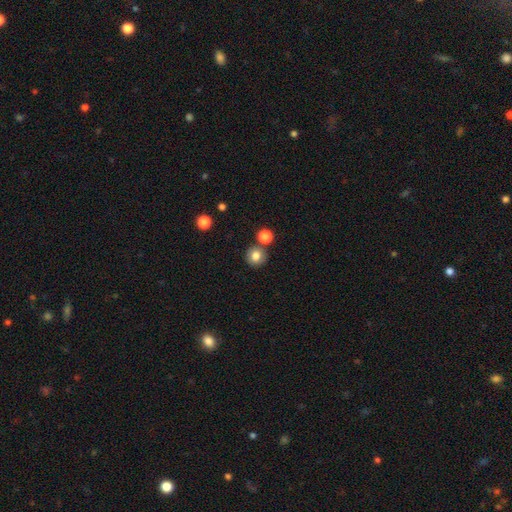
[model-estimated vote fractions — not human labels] Smooth or featured?
  - smooth: 80% *
  - star or artifact: 11%
  - featured or disk: 8%
How rounded?
  - round: 92% *
  - in between: 8%
  - cigar-shaped: 1%
Merging?
  - none: 80% *
  - merger: 10%
  - minor disturbance: 8%
  - major disturbance: 2%